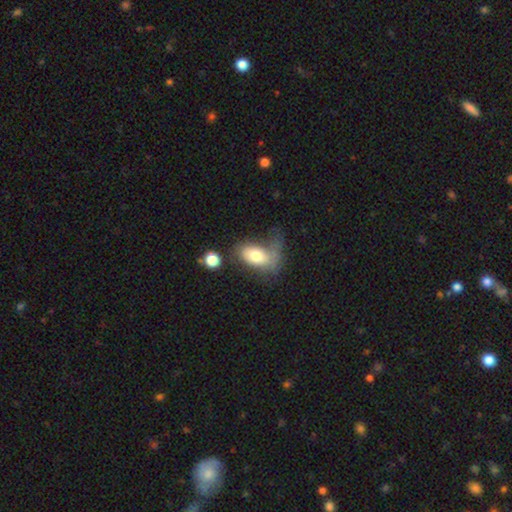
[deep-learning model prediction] Smooth or featured?
  - smooth: 68% *
  - featured or disk: 24%
  - star or artifact: 8%
How rounded?
  - in between: 89% *
  - round: 9%
  - cigar-shaped: 3%
Merging?
  - major disturbance: 38% *
  - none: 26%
  - minor disturbance: 24%
  - merger: 12%